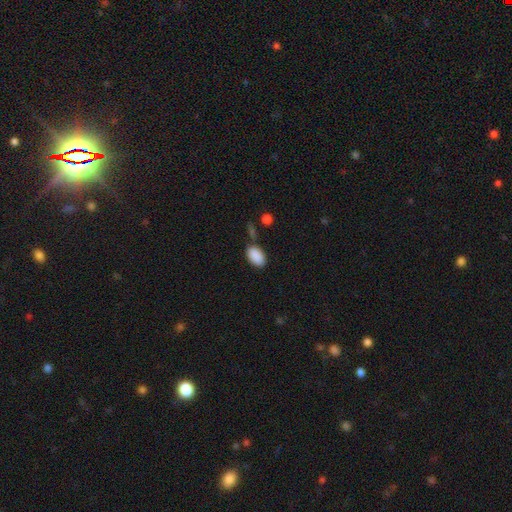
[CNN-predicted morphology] Smooth or featured?
  - smooth: 90% *
  - star or artifact: 7%
  - featured or disk: 3%
How rounded?
  - in between: 93% *
  - round: 5%
  - cigar-shaped: 1%
Merging?
  - none: 74% *
  - minor disturbance: 15%
  - merger: 7%
  - major disturbance: 4%